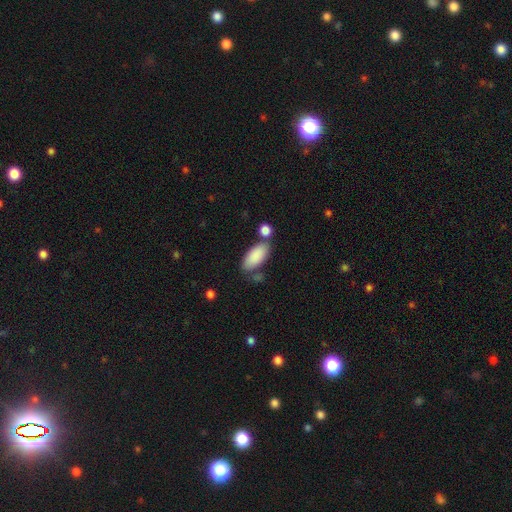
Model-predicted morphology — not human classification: smooth_or_featured: smooth (p=0.88) [alt: featured or disk p=0.06]
how_rounded: in between (p=0.90) [alt: cigar-shaped p=0.08]
merging: none (p=0.64) [alt: merger p=0.16]